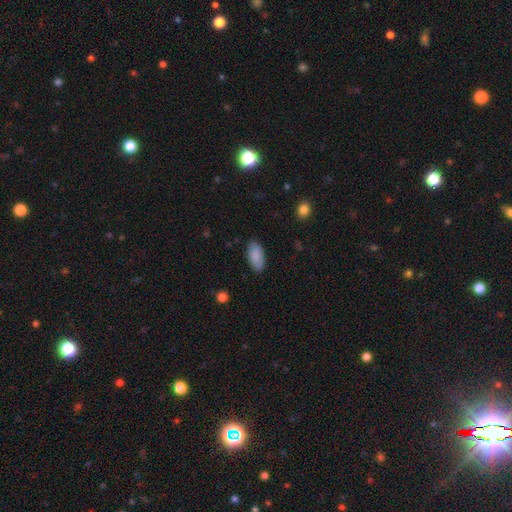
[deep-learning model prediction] smooth_or_featured: smooth (p=0.88) [alt: star or artifact p=0.06]
how_rounded: in between (p=0.93) [alt: cigar-shaped p=0.05]
merging: none (p=0.86) [alt: minor disturbance p=0.11]